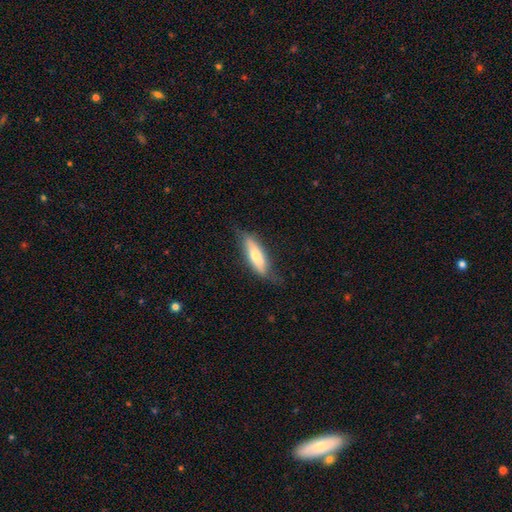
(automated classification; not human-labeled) Morphology: type=smooth (60%); roundness=cigar-shaped (54%); merging=none (70%).